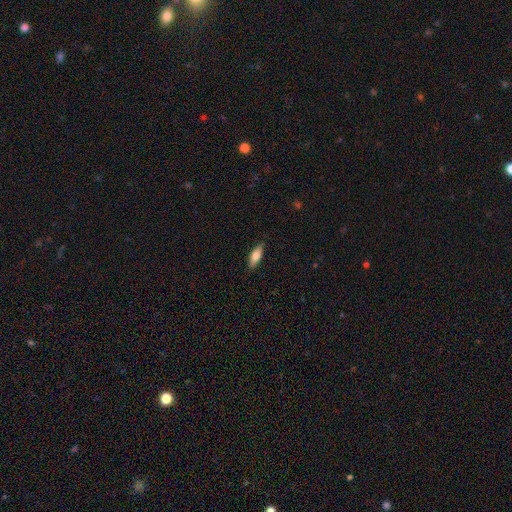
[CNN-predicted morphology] The model was most divided on "how rounded": in between: 61%, cigar-shaped: 37%, round: 2%. More confident: merging — none (86%); smooth or featured — smooth (71%).